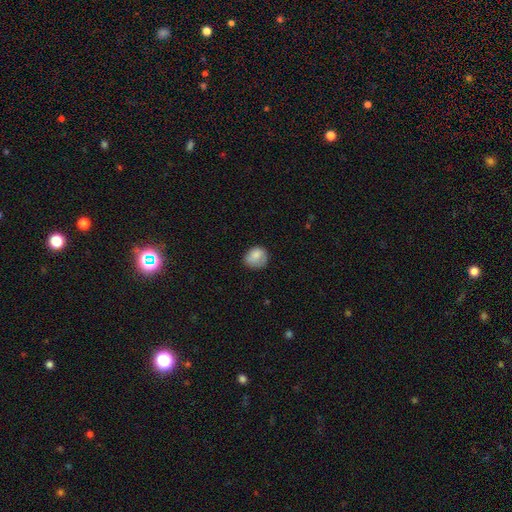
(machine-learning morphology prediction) Overall: smooth (82%). How rounded: round (67%; in between 32%). Merging: none (63%; minor disturbance 27%).